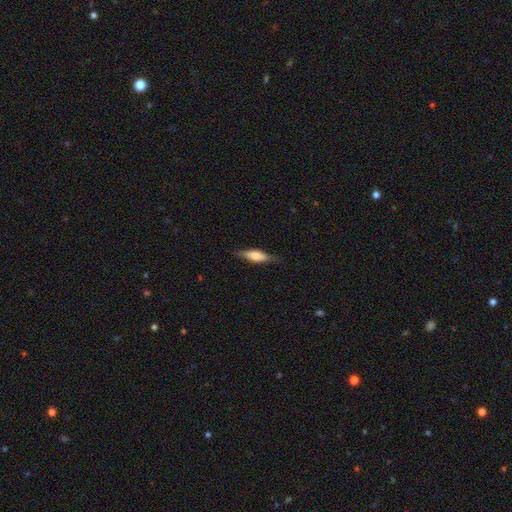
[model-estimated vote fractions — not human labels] Smooth or featured? Predicted: smooth (p=0.58). How rounded? Predicted: cigar-shaped (p=0.57). Merging? Predicted: none (p=0.81).